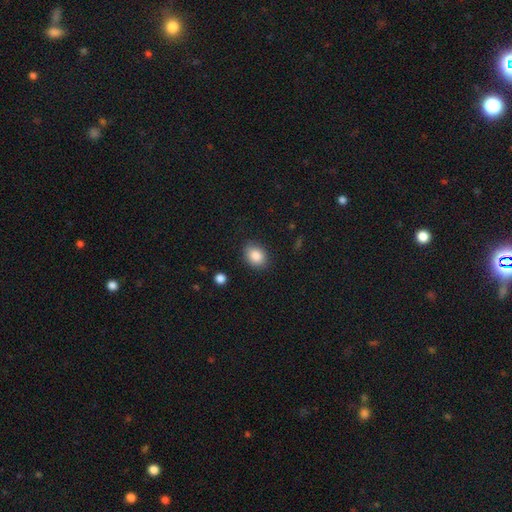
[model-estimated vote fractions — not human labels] The model was most divided on "how rounded": in between: 59%, round: 40%, cigar-shaped: 1%. More confident: smooth or featured — smooth (87%); merging — none (83%).